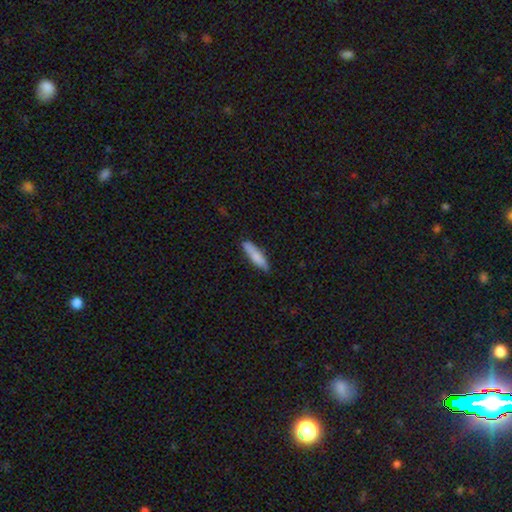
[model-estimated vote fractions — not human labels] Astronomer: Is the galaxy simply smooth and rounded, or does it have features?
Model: smooth — 80%.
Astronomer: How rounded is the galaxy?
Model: cigar-shaped — 71%.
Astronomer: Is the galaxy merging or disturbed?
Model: none — 79%.